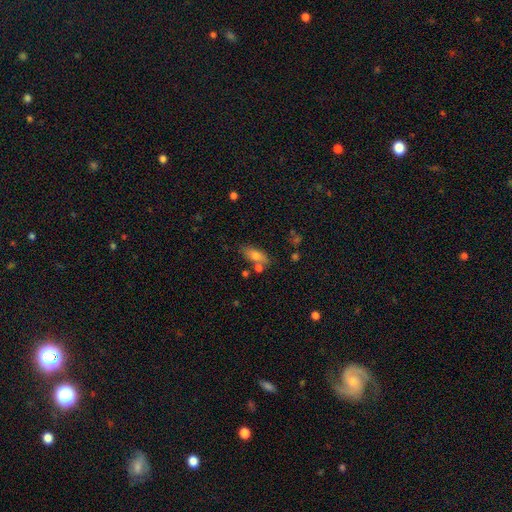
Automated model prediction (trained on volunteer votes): smooth-or-featured: smooth: 74% | featured or disk: 18% | star or artifact: 8%
  how-rounded: in between: 79% | cigar-shaped: 17% | round: 4%
  merging: none: 65% | minor disturbance: 16% | merger: 14% | major disturbance: 5%